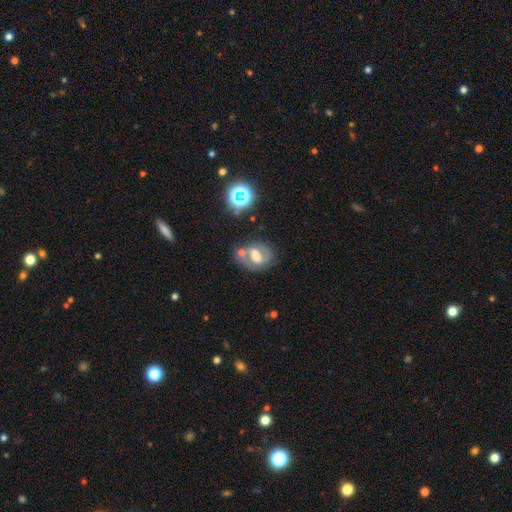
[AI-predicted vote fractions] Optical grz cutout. It shows a featured or disk galaxy (60%) with a weak bar (37%), spiral arms (58%) and a moderate central bulge (40%). Merging: none (52%).